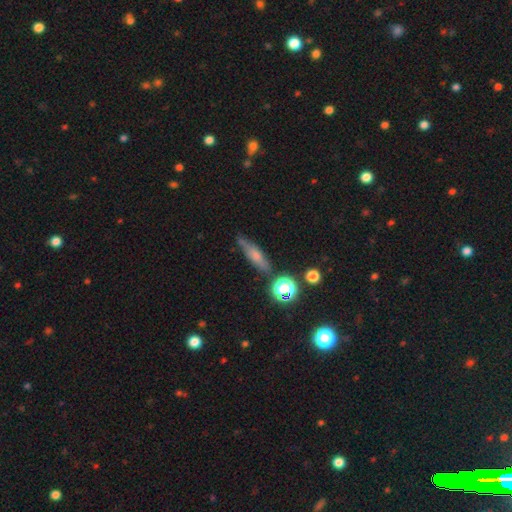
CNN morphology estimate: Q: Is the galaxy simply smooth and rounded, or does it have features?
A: smooth — 53%.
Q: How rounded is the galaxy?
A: cigar-shaped — 61%.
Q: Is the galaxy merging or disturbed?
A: none — 69%.